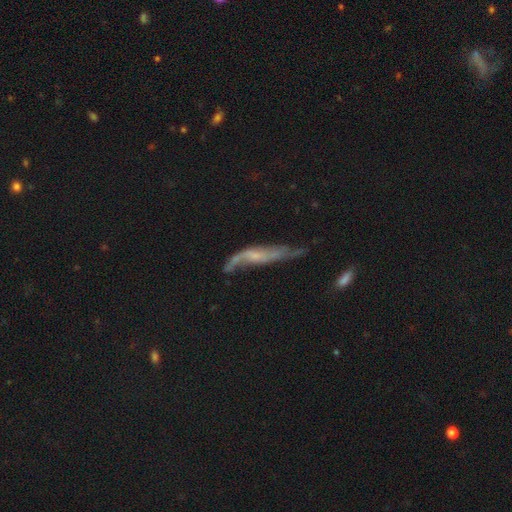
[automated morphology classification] Smooth or featured? Predicted: featured or disk (p=0.68). Edge-on disk? Predicted: no (p=0.61). Merging? Predicted: none (p=0.37).